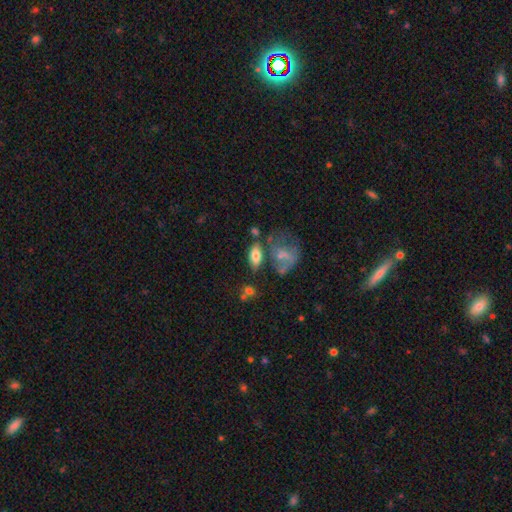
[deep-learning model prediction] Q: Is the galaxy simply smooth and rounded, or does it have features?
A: smooth — 72%.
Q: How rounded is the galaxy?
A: in between — 89%.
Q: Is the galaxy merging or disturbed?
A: none — 59%.